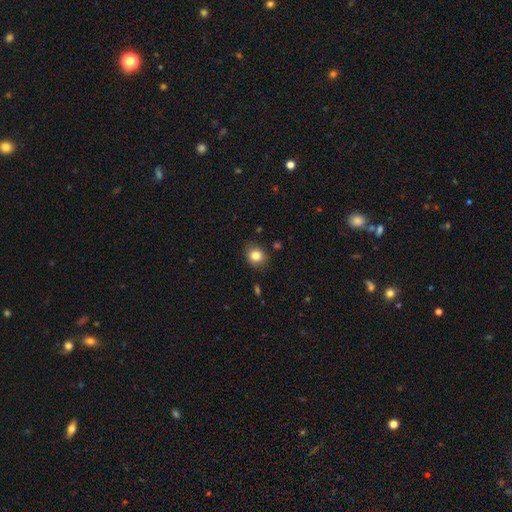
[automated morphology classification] This appears to be a smooth galaxy with no disk features (83%) that is round (72%). Merging: none (84%).